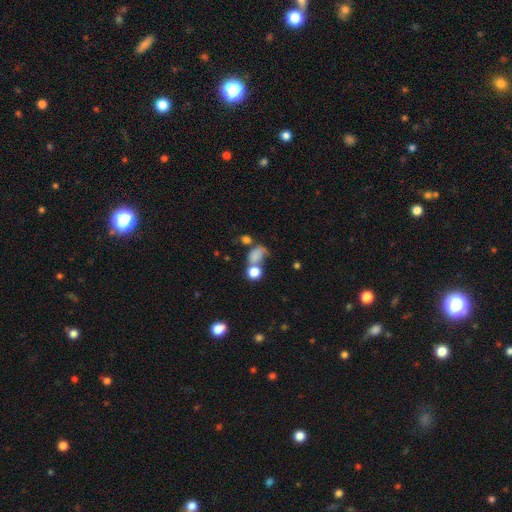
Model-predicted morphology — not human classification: Smooth or featured? smooth (75%)
How rounded? in between (67%)
Merging? merger (38%)